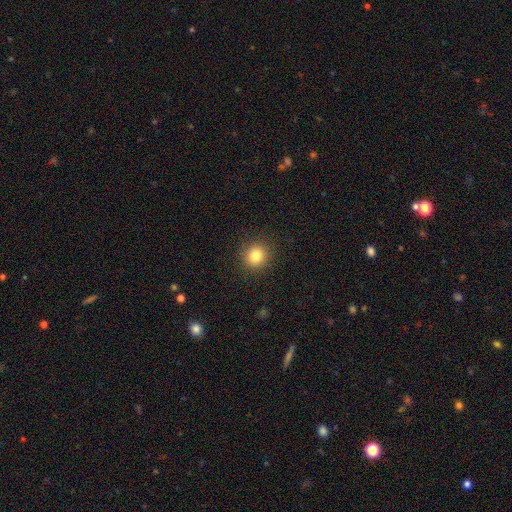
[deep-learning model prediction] Q: Smooth or featured?
A: smooth (82%); runner-up: star or artifact (12%)
Q: How rounded?
A: round (91%); runner-up: in between (9%)
Q: Merging?
A: none (91%); runner-up: minor disturbance (6%)